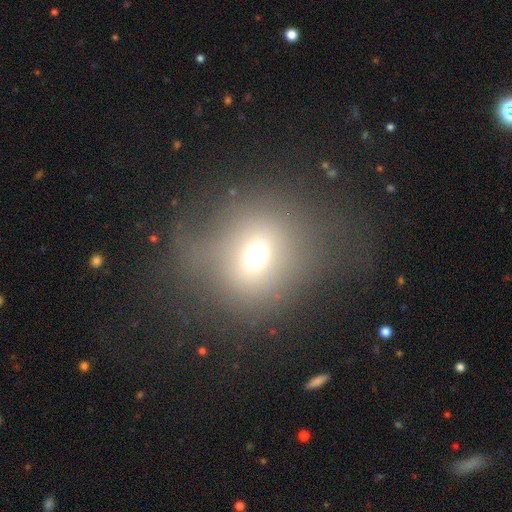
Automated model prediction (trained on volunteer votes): Smooth or featured? Predicted: smooth (p=0.62). How rounded? Predicted: round (p=0.78). Merging? Predicted: none (p=0.57).